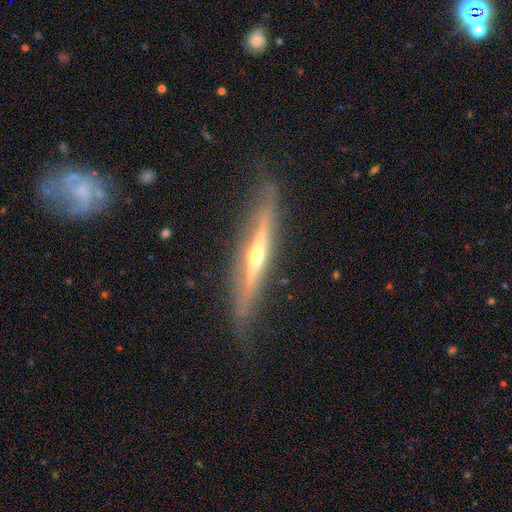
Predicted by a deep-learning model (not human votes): Morphology: type=featured or disk (76%); edge-on=yes (92%); edge-on bulge=rounded (83%); merging=none (76%).